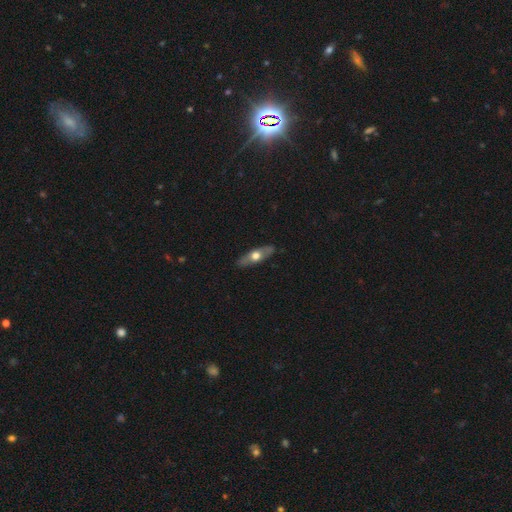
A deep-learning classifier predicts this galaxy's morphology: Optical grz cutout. It shows a featured or disk galaxy (48%). Merging: none (88%).